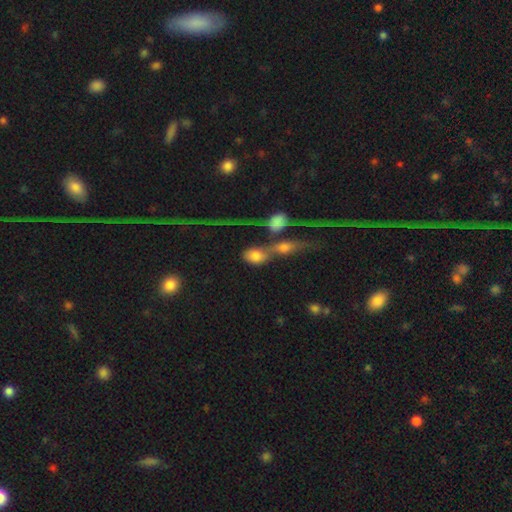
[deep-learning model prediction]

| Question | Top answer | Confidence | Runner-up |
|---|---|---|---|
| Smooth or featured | smooth | 67% | featured or disk (20%) |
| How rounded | in between | 66% | round (29%) |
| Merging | merger | 52% | none (27%) |